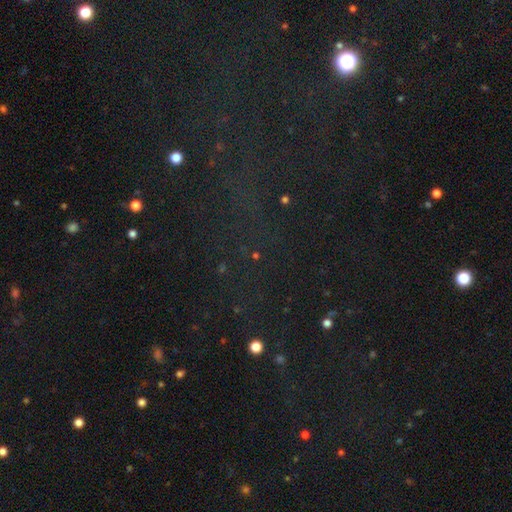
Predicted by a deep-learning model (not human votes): This is likely a star or artifact rather than a galaxy (72%).